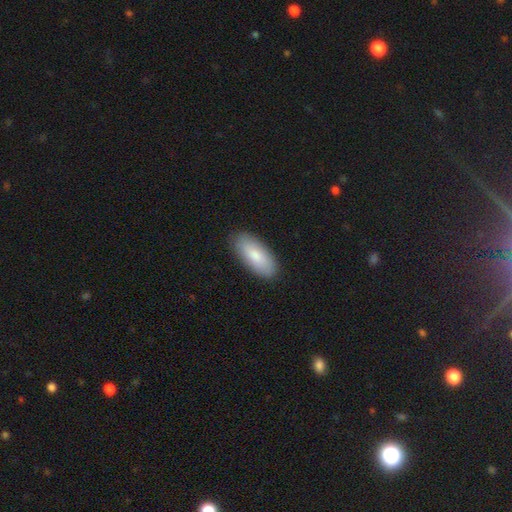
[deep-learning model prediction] Q: Smooth or featured?
A: smooth (82%); runner-up: featured or disk (13%)
Q: How rounded?
A: in between (87%); runner-up: cigar-shaped (11%)
Q: Merging?
A: none (88%); runner-up: minor disturbance (9%)